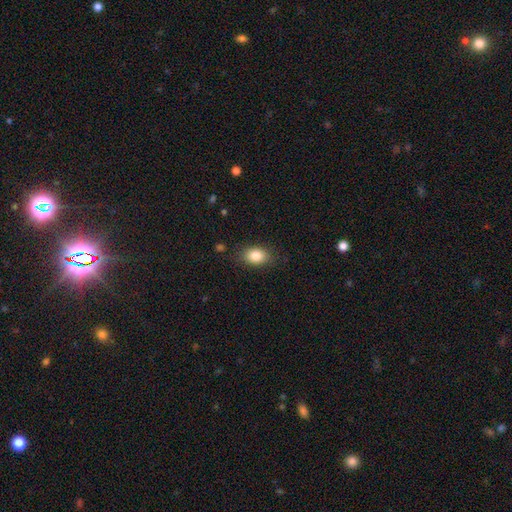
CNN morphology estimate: Overall: smooth (85%). How rounded: in between (78%). Merging: none (83%).